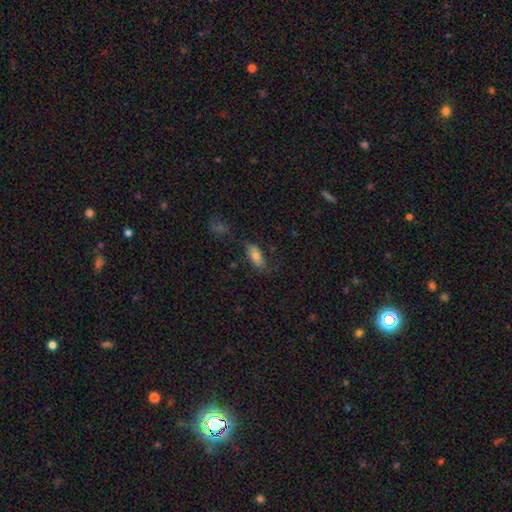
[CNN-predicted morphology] Overall: smooth (67%). How rounded: in between (82%). Merging: none (59%; minor disturbance 22%).